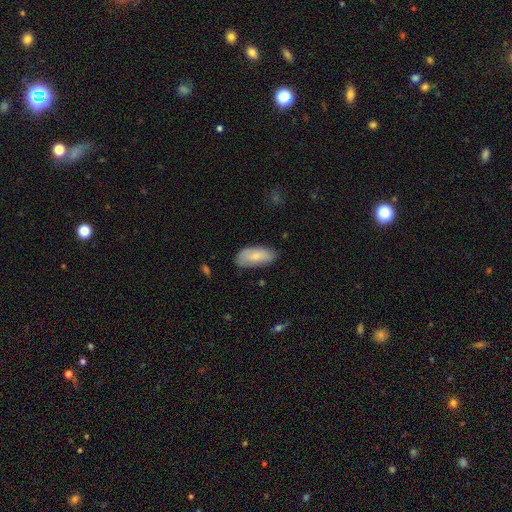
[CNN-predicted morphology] This appears to be a smooth galaxy with no disk features (78%) that is in between round and cigar-shaped (90%). Merging: none (72%).